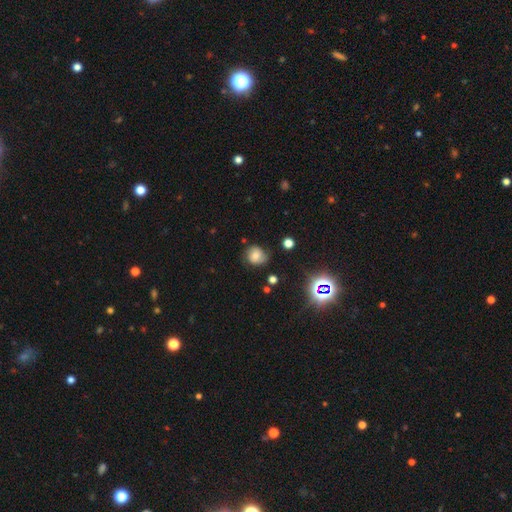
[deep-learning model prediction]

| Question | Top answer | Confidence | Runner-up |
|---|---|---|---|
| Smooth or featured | smooth | 57% | featured or disk (28%) |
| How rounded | round | 74% | in between (25%) |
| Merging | none | 66% | minor disturbance (24%) |